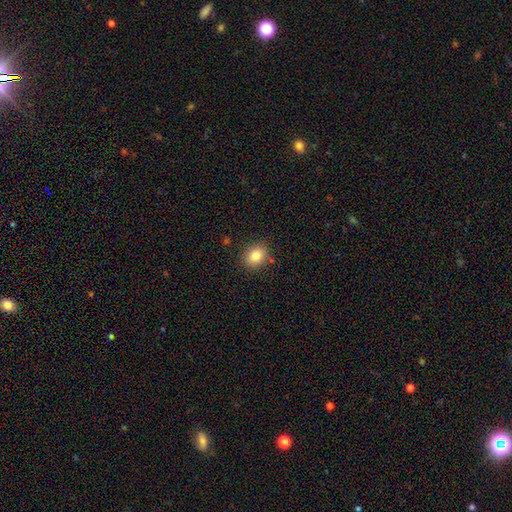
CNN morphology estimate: Overall: smooth (83%). How rounded: round (58%; in between 41%). Merging: none (84%).